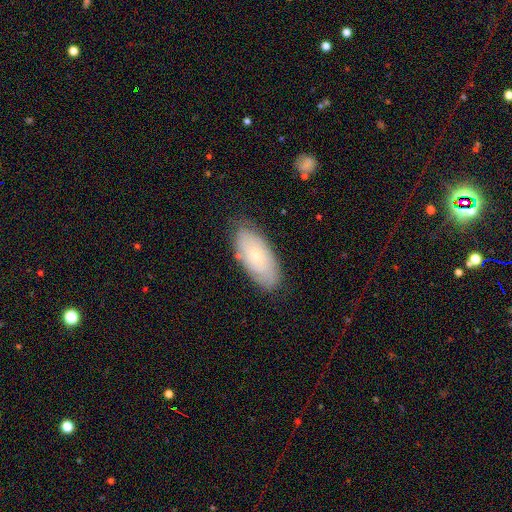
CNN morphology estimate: smooth 55%, featured or disk 38%, star or artifact 8%. Down the decision tree: how rounded — in between (89%); merging — none (79%).